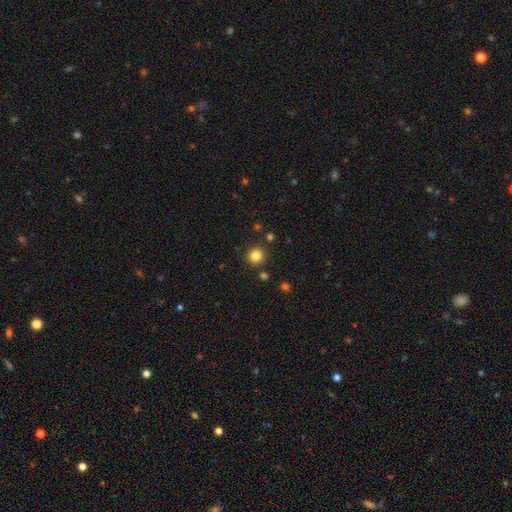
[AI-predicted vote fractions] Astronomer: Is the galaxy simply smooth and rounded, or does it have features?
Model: smooth — 82%.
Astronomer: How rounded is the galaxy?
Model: round — 93%.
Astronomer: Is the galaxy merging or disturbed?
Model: none — 87%.